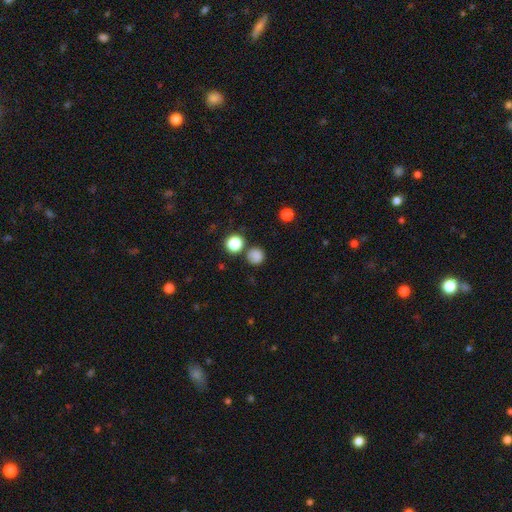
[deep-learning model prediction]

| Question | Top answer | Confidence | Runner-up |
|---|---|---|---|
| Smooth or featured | smooth | 82% | star or artifact (14%) |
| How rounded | round | 92% | in between (7%) |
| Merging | none | 78% | minor disturbance (11%) |